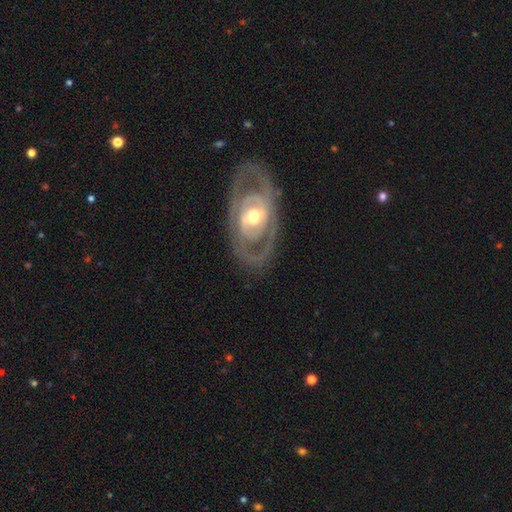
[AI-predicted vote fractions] Smooth or featured?
  - featured or disk: 83% *
  - smooth: 12%
  - star or artifact: 5%
Edge-on disk?
  - no: 93% *
  - yes: 7%
Bar?
  - no: 58% *
  - weak: 27%
  - strong: 15%
Spiral arms?
  - yes: 68% *
  - no: 32%
Spiral winding?
  - tight: 54% *
  - medium: 34%
  - loose: 12%
Spiral arm count?
  - 2: 62% *
  - can't tell: 22%
  - 1: 6%
  - 3: 6%
  - 4: 2%
  - more than 4: 2%
Bulge size?
  - moderate: 67% *
  - small: 21%
  - large: 10%
  - dominant: 1%
  - none: 1%
Merging?
  - none: 78% *
  - minor disturbance: 13%
  - major disturbance: 7%
  - merger: 1%